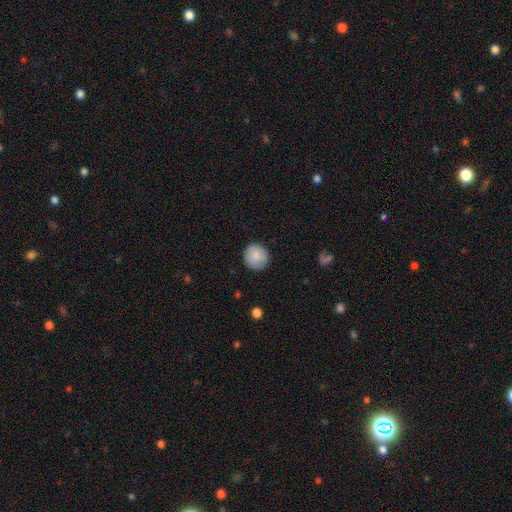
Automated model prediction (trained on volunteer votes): Smooth or featured: smooth — 86% (star or artifact — 7%)
How rounded: round — 95% (in between — 4%)
Merging: none — 90% (minor disturbance — 7%)